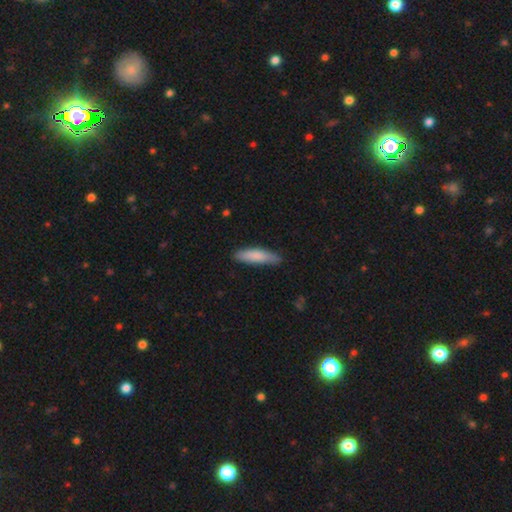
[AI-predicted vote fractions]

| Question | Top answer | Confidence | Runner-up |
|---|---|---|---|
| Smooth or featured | smooth | 82% | featured or disk (12%) |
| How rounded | cigar-shaped | 75% | in between (23%) |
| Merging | none | 83% | minor disturbance (14%) |